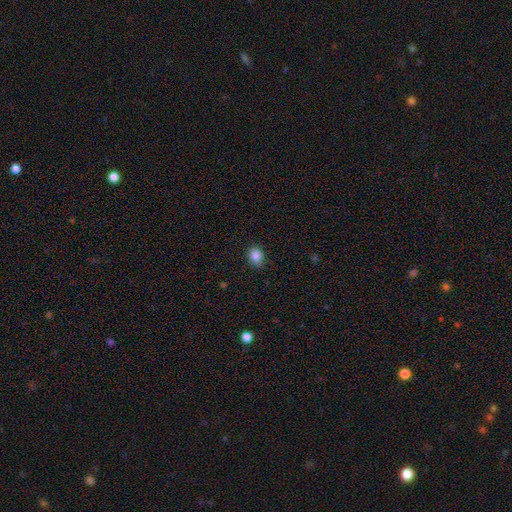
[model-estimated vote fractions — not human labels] The model was most divided on "how rounded": round: 60%, in between: 39%, cigar-shaped: 1%. More confident: smooth or featured — smooth (86%); merging — none (84%).